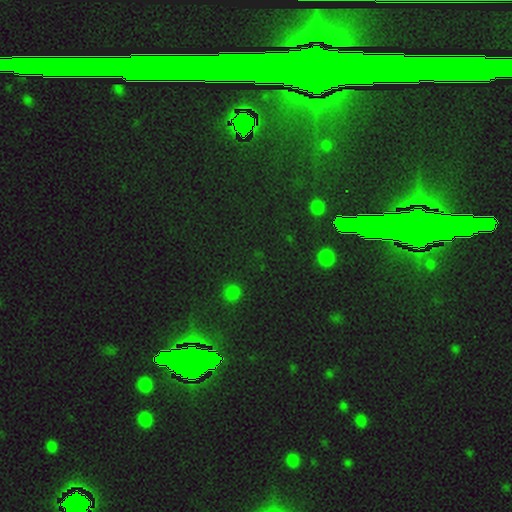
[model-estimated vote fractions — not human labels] This is likely a star or artifact rather than a galaxy (79%).